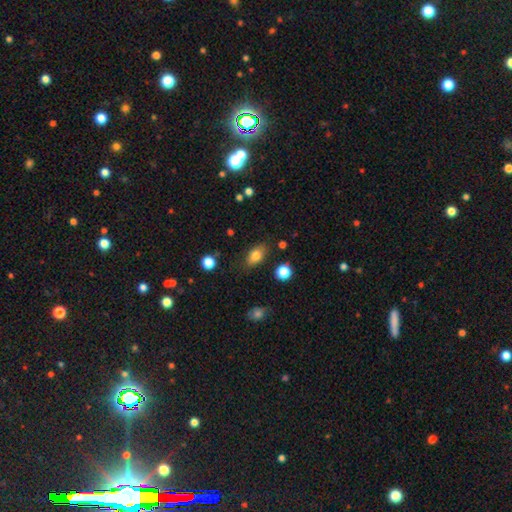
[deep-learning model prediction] Smooth or featured: smooth — 80% (featured or disk — 11%)
How rounded: in between — 84% (round — 12%)
Merging: none — 80% (minor disturbance — 14%)